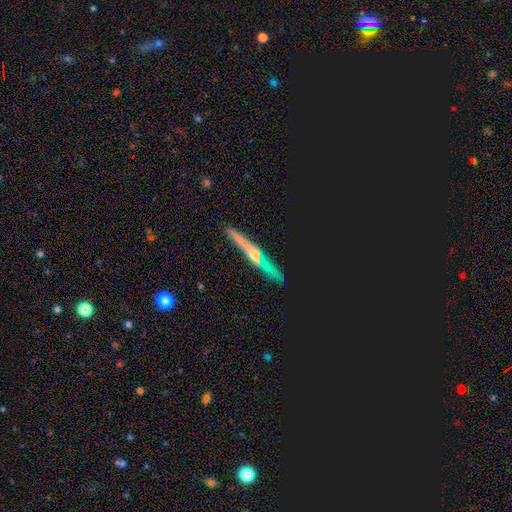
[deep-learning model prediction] This is likely a featured or disk galaxy (64%). It is clearly viewed edge-on (93%). Edge-on bulge: clearly rounded (83%). Merging: clearly none (85%).